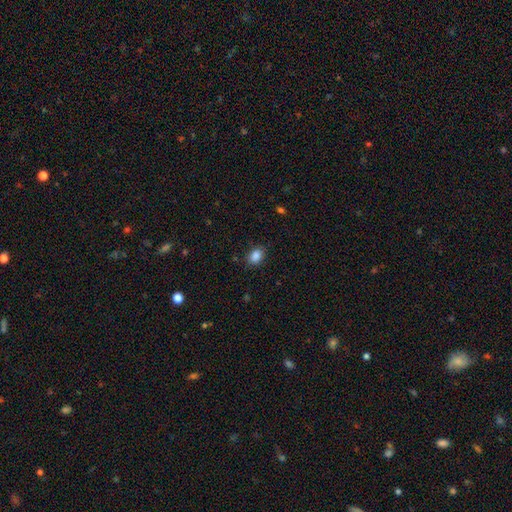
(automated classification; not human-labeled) Smooth or featured: smooth — 87% (star or artifact — 10%)
How rounded: in between — 67% (round — 32%)
Merging: none — 84% (minor disturbance — 12%)